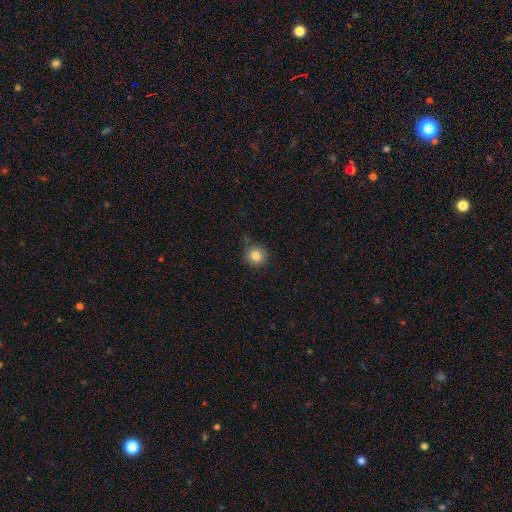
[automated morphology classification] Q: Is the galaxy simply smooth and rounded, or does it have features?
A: smooth — 84%.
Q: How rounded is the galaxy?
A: round — 91%.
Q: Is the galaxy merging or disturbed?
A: none — 75%.